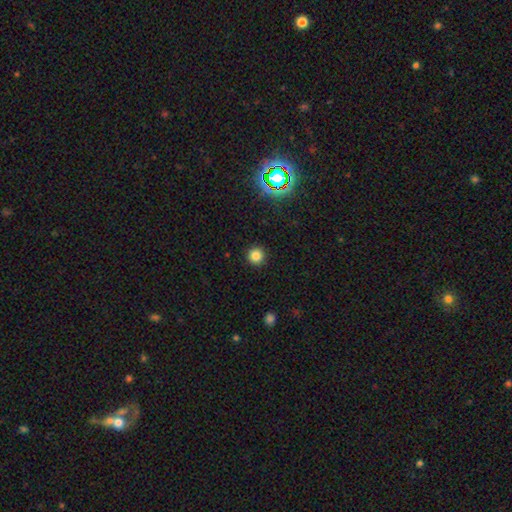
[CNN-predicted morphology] Smooth or featured?
  - smooth: 82% *
  - star or artifact: 14%
  - featured or disk: 4%
How rounded?
  - round: 96% *
  - in between: 3%
  - cigar-shaped: 1%
Merging?
  - none: 92% *
  - minor disturbance: 5%
  - major disturbance: 2%
  - merger: 1%